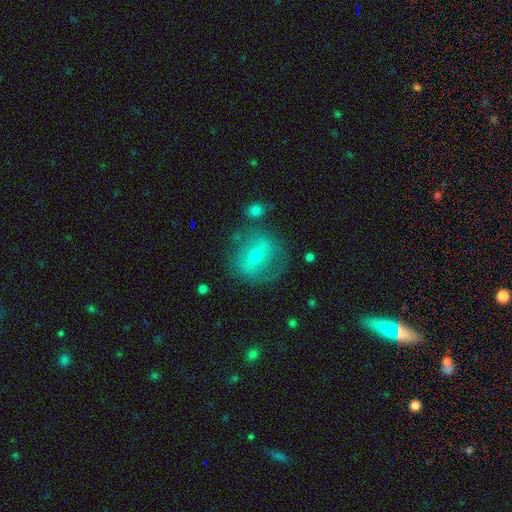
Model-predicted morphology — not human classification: Smooth or featured?
  - featured or disk: 60% *
  - smooth: 30%
  - star or artifact: 10%
Edge-on disk?
  - no: 91% *
  - yes: 9%
Bar?
  - weak: 40% *
  - strong: 39%
  - no: 21%
Spiral arms?
  - no: 53% *
  - yes: 47%
Bulge size?
  - moderate: 52% *
  - small: 44%
  - large: 2%
  - none: 1%
  - dominant: 1%
Merging?
  - none: 70% *
  - minor disturbance: 17%
  - major disturbance: 9%
  - merger: 4%